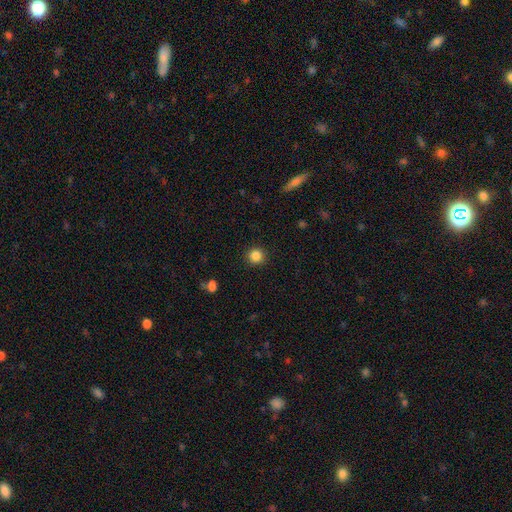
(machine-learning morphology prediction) type=smooth (85%); roundness=round (93%); merging=none (91%).